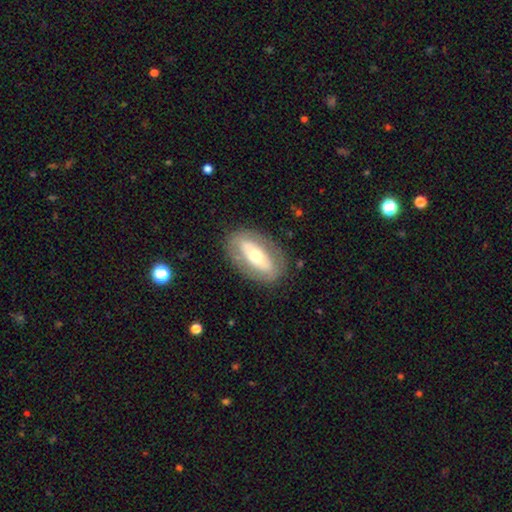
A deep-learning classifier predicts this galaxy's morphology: smooth-or-featured: featured or disk: 57% | smooth: 38% | star or artifact: 6%
  disk-edge-on: no: 86% | yes: 14%
  merging: none: 81% | minor disturbance: 12% | major disturbance: 6% | merger: 1%